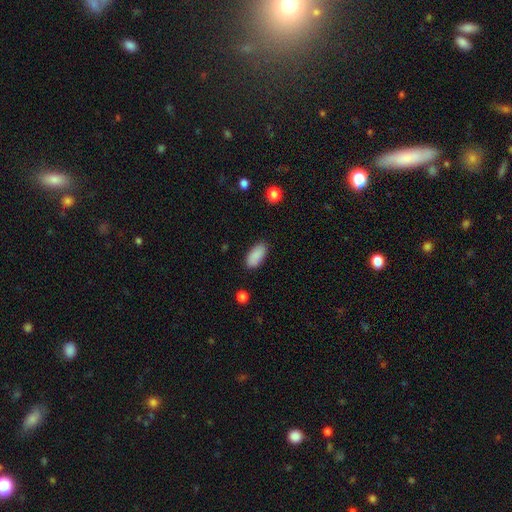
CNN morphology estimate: A smooth galaxy with no disk features (89%) that is in between round and cigar-shaped (92%). Merging: none (86%).